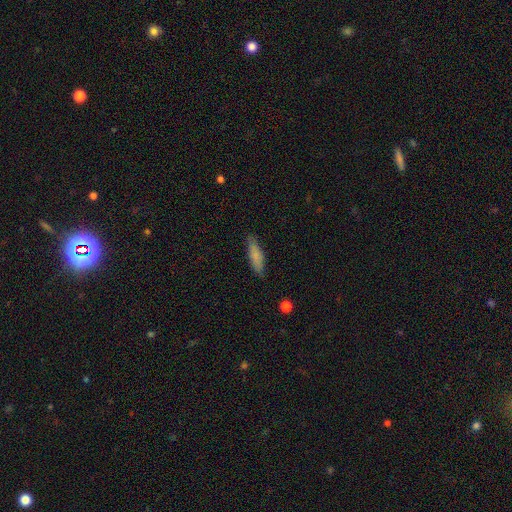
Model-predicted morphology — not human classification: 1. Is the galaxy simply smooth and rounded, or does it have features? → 79% smooth, 14% featured or disk, 6% star or artifact.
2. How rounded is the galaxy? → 60% cigar-shaped, 38% in between, 2% round.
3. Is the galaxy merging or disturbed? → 80% none, 16% minor disturbance, 3% major disturbance, 1% merger.